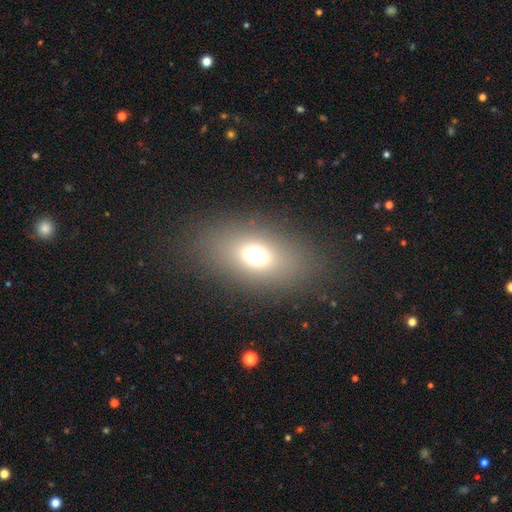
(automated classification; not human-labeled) This is likely a smooth galaxy (66%). How rounded: clearly in between (80%). Merging: clearly none (82%).